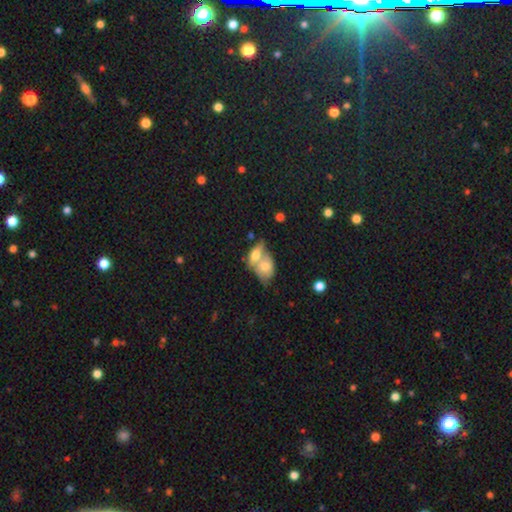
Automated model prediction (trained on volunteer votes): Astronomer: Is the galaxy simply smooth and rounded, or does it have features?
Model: smooth — 65%.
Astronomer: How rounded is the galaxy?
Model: in between — 78%.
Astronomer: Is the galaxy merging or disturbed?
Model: merger — 70%.